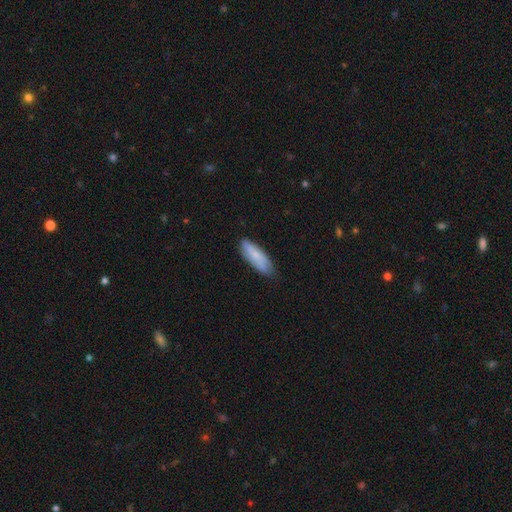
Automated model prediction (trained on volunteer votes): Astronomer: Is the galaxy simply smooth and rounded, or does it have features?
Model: smooth — 73%.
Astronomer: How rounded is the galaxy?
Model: in between — 55% (runner-up: cigar-shaped, 44%).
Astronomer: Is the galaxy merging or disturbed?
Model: none — 74%.